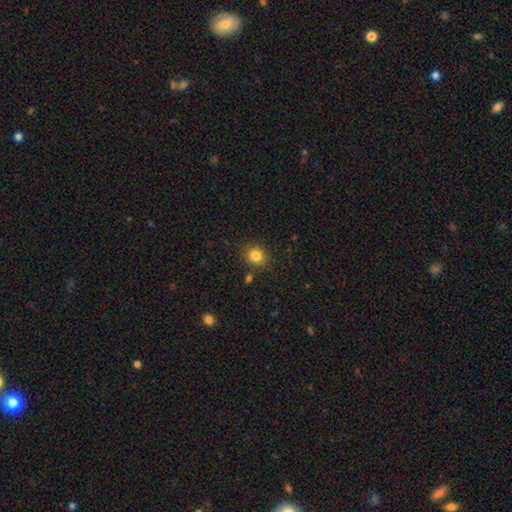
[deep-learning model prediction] Smooth or featured?
  - smooth: 82% *
  - star or artifact: 12%
  - featured or disk: 6%
How rounded?
  - round: 76% *
  - in between: 23%
  - cigar-shaped: 1%
Merging?
  - none: 84% *
  - minor disturbance: 9%
  - merger: 4%
  - major disturbance: 3%